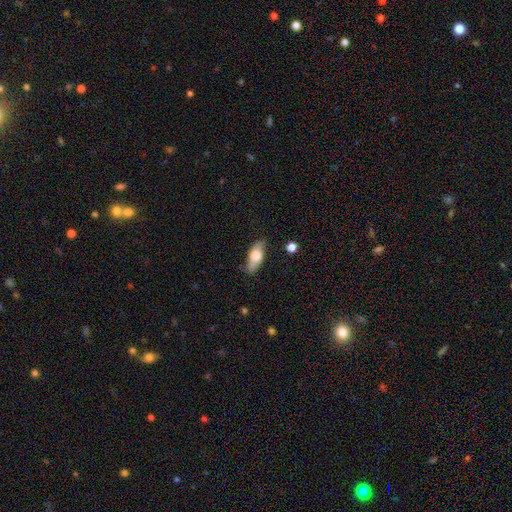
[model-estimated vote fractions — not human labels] Smooth or featured: smooth — 62% (featured or disk — 31%)
How rounded: in between — 77% (cigar-shaped — 19%)
Merging: none — 70% (minor disturbance — 22%)